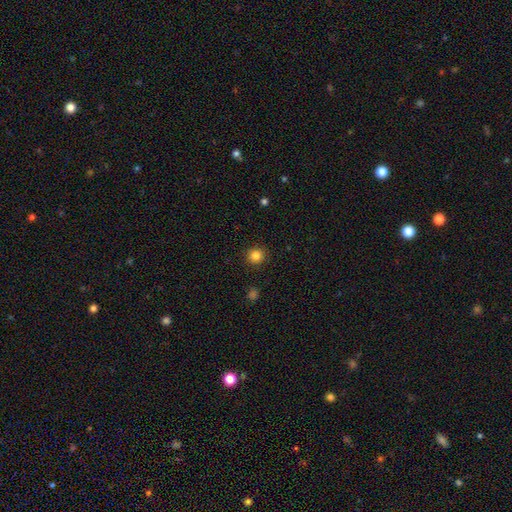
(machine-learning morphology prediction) Q: Smooth or featured?
A: smooth (84%); runner-up: star or artifact (12%)
Q: How rounded?
A: round (92%); runner-up: in between (7%)
Q: Merging?
A: none (91%); runner-up: minor disturbance (6%)